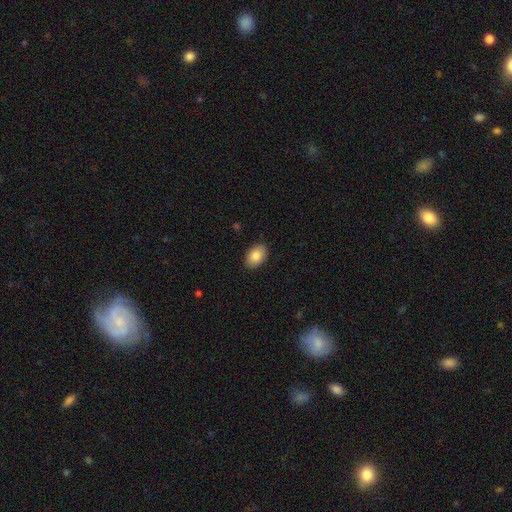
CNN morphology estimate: smooth_or_featured: smooth (p=0.85) [alt: featured or disk p=0.08]
how_rounded: in between (p=0.88) [alt: round p=0.11]
merging: none (p=0.89) [alt: minor disturbance p=0.08]